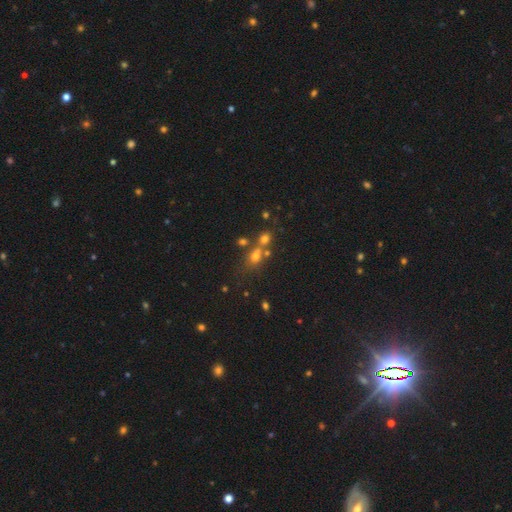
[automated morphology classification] Smooth or featured? smooth (55%)
How rounded? round (70%)
Merging? none (44%)